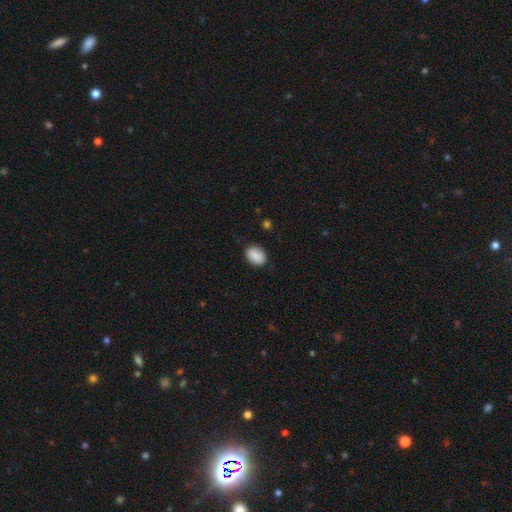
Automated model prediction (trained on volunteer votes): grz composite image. It shows a smooth galaxy with no disk features (89%) that is in between round and cigar-shaped (80%). Merging: none (83%).